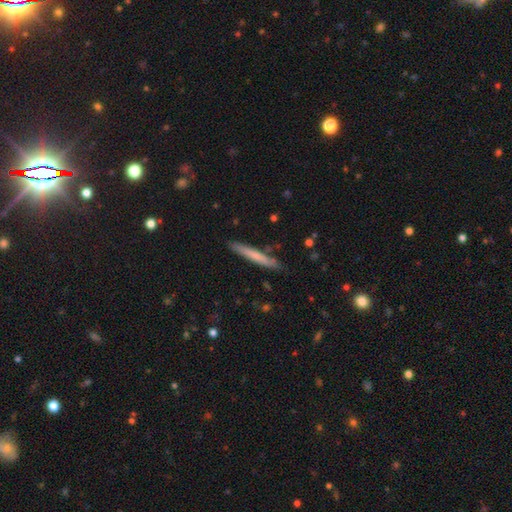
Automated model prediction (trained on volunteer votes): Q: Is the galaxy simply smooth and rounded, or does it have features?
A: smooth — 63%.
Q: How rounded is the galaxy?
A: cigar-shaped — 96%.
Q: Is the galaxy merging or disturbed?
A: none — 86%.